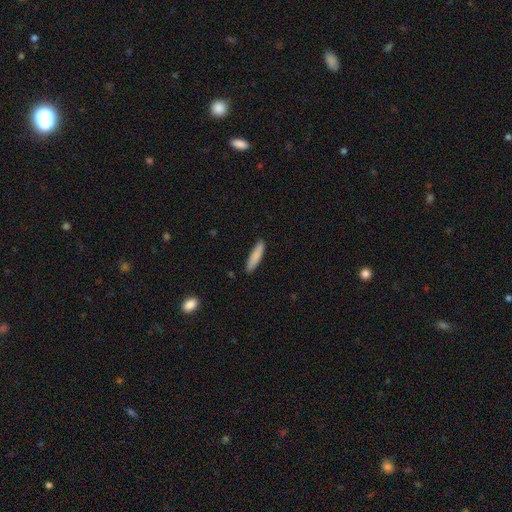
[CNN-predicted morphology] smooth 86%, featured or disk 9%, star or artifact 6%. Down the decision tree: how rounded — cigar-shaped (81%); merging — none (88%).